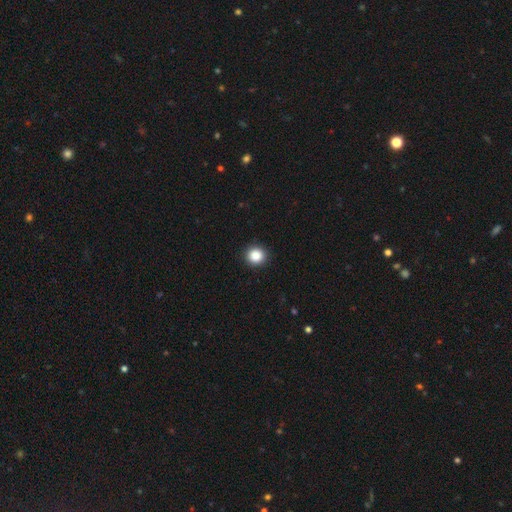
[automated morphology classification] A smooth galaxy with no disk features (87%) that is round (91%). Merging: none (93%).